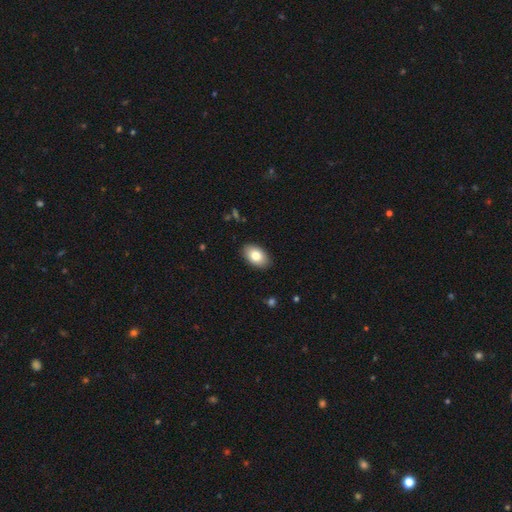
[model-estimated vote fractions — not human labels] A smooth galaxy with no disk features (81%) that is in between round and cigar-shaped (92%).

Vote fractions:
- Smooth or featured? smooth: 81% / featured or disk: 13% / star or artifact: 7%
- How rounded? in between: 92% / round: 7% / cigar-shaped: 1%
- Merging? none: 88% / minor disturbance: 9% / major disturbance: 2% / merger: 1%